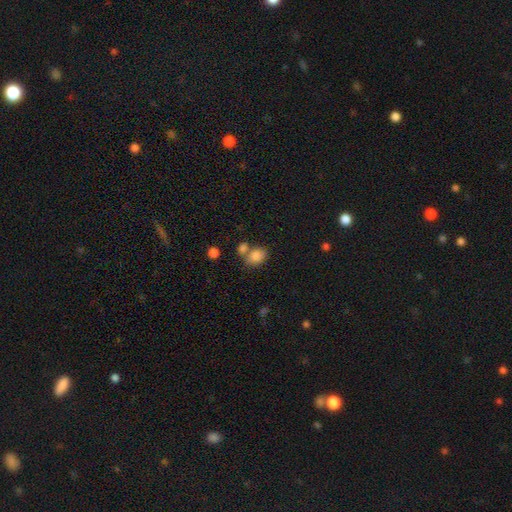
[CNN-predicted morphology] Smooth or featured? Predicted: smooth (p=0.82). How rounded? Predicted: in between (p=0.68). Merging? Predicted: none (p=0.53).